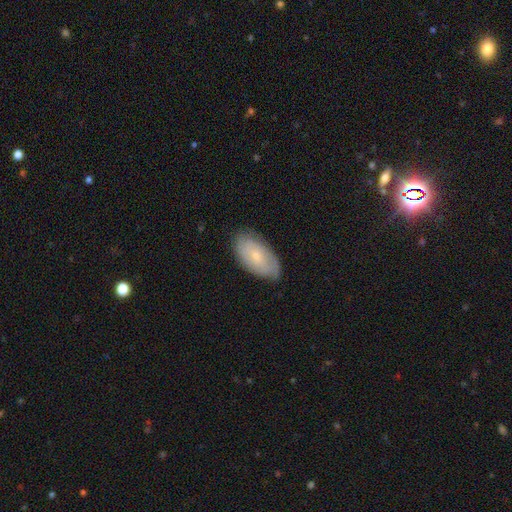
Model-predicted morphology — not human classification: smooth_or_featured: smooth (p=0.54) [alt: featured or disk p=0.39]
how_rounded: in between (p=0.94) [alt: cigar-shaped p=0.03]
merging: none (p=0.77) [alt: minor disturbance p=0.18]